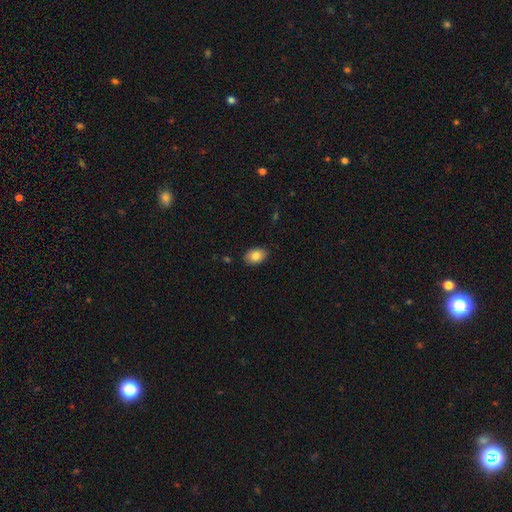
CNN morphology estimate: Smooth or featured? Predicted: smooth (p=0.84). How rounded? Predicted: in between (p=0.86). Merging? Predicted: none (p=0.87).